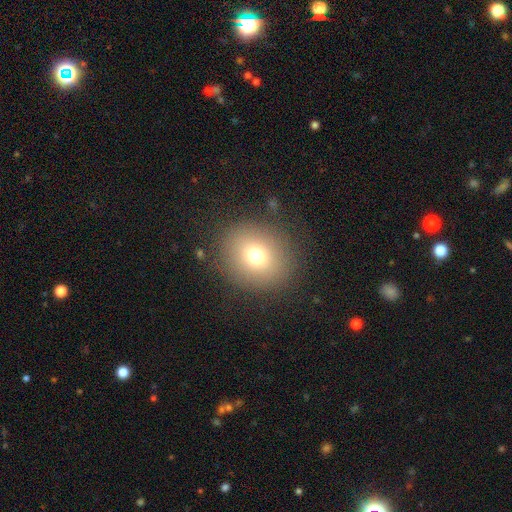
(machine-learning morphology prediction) Smooth or featured: smooth — 72% (star or artifact — 15%)
How rounded: round — 83% (in between — 16%)
Merging: none — 87% (minor disturbance — 7%)